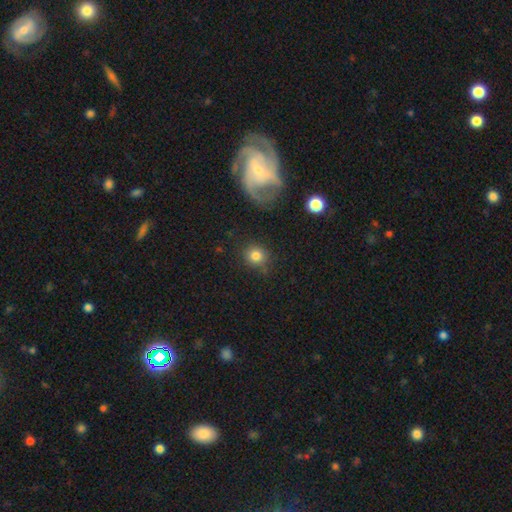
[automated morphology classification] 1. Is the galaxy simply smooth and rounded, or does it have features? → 80% smooth, 11% star or artifact, 9% featured or disk.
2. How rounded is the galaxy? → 87% round, 12% in between, 1% cigar-shaped.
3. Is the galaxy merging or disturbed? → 79% none, 12% minor disturbance, 5% major disturbance, 3% merger.